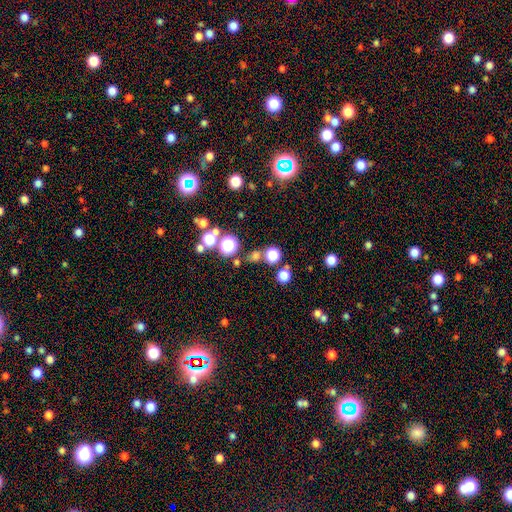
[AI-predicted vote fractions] The model was most divided on "smooth or featured": smooth: 59%, star or artifact: 31%, featured or disk: 9%. More confident: how rounded — round (81%); merging — none (70%).